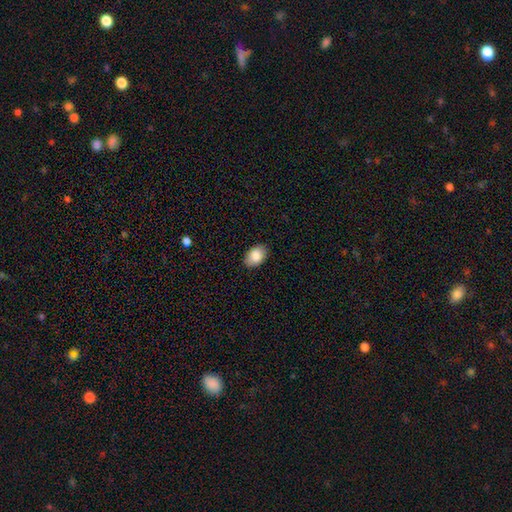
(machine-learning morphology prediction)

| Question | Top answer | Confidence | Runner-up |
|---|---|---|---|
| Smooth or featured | smooth | 87% | star or artifact (7%) |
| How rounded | in between | 87% | round (12%) |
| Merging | none | 88% | minor disturbance (9%) |